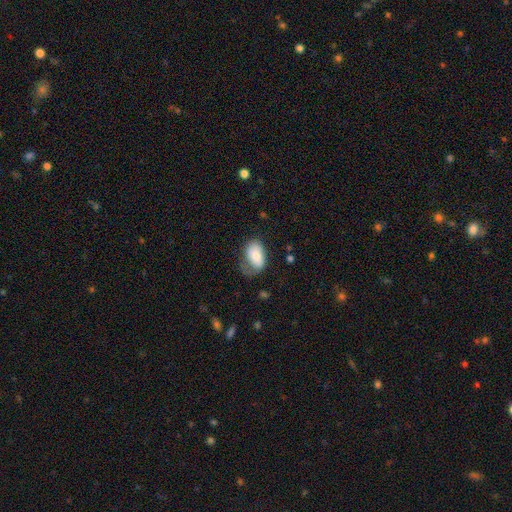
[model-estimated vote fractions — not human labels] Smooth or featured?
  - smooth: 75% *
  - featured or disk: 18%
  - star or artifact: 7%
How rounded?
  - in between: 91% *
  - round: 8%
  - cigar-shaped: 1%
Merging?
  - none: 38% *
  - minor disturbance: 33%
  - major disturbance: 27%
  - merger: 2%